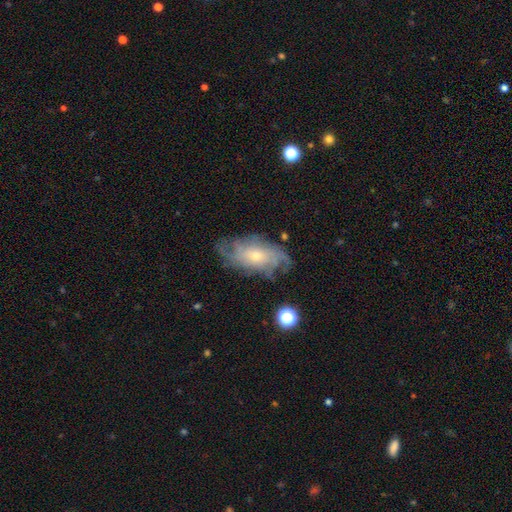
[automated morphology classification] smooth_or_featured: featured or disk (p=0.77) [alt: smooth p=0.15]
disk_edge_on: no (p=0.93) [alt: yes p=0.07]
bar: no (p=0.75) [alt: weak p=0.21]
has_spiral_arms: yes (p=0.91) [alt: no p=0.09]
spiral_winding: tight (p=0.53) [alt: medium p=0.33]
spiral_arm_count: can't tell (p=0.46) [alt: 4 p=0.15]
bulge_size: small (p=0.64) [alt: moderate p=0.31]
merging: none (p=0.72) [alt: minor disturbance p=0.18]